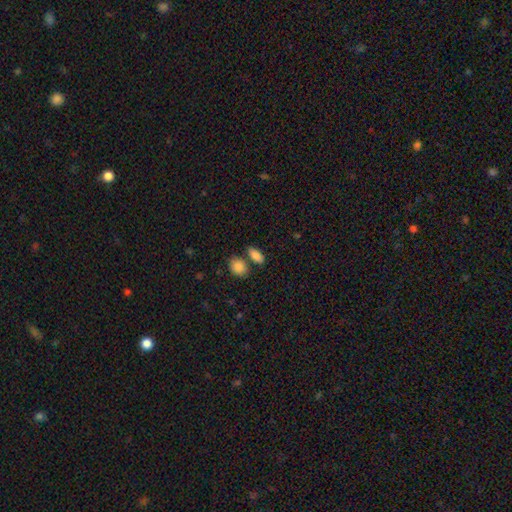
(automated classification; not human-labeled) Smooth or featured?
  - smooth: 86% *
  - star or artifact: 8%
  - featured or disk: 6%
How rounded?
  - in between: 86% *
  - round: 8%
  - cigar-shaped: 6%
Merging?
  - none: 64% *
  - merger: 20%
  - minor disturbance: 13%
  - major disturbance: 4%